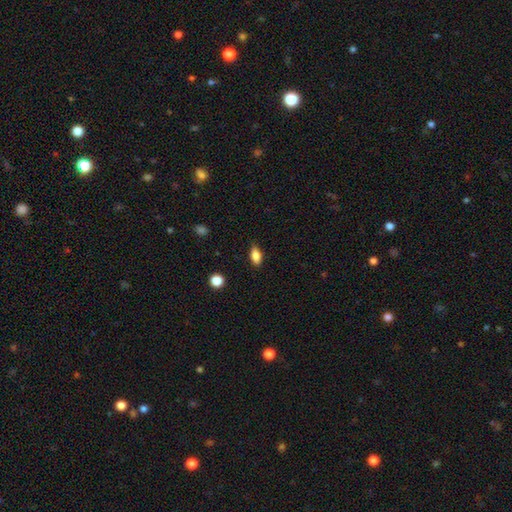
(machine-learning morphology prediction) The model was most divided on "merging": none: 82%, minor disturbance: 14%, major disturbance: 3%, merger: 1%. More confident: how rounded — in between (84%); smooth or featured — smooth (80%).